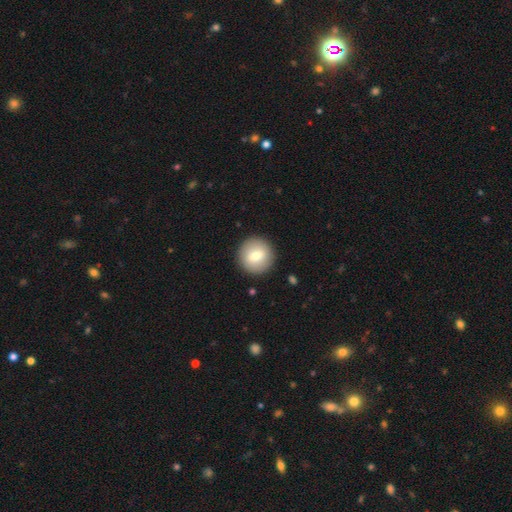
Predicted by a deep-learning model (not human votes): smooth 73%, featured or disk 19%, star or artifact 7%. Down the decision tree: how rounded — round (94%); merging — none (91%).